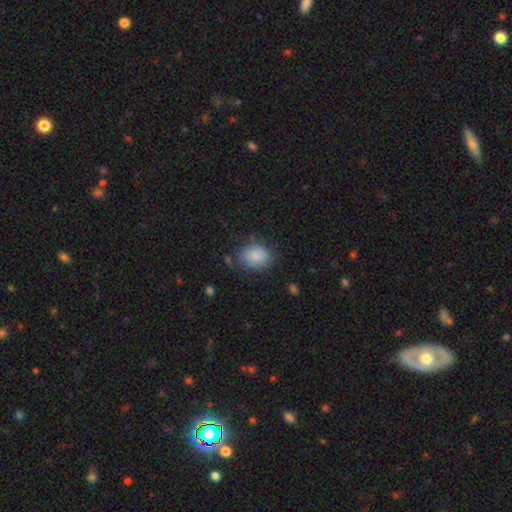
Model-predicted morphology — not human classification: Q: Smooth or featured?
A: smooth (84%); runner-up: featured or disk (9%)
Q: How rounded?
A: in between (59%); runner-up: round (40%)
Q: Merging?
A: none (68%); runner-up: minor disturbance (22%)